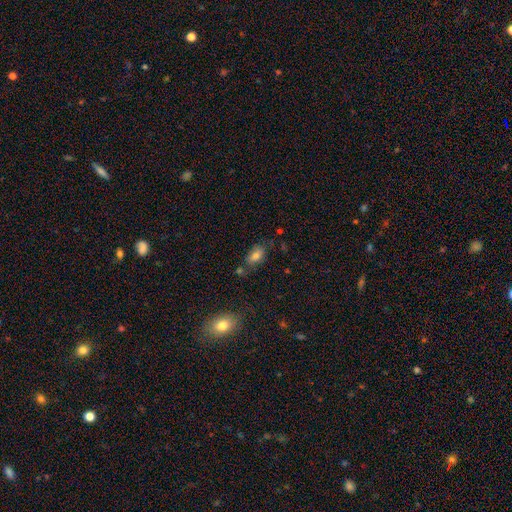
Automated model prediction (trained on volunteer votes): Smooth or featured: smooth — 76% (featured or disk — 13%)
How rounded: in between — 88% (round — 9%)
Merging: none — 64% (minor disturbance — 20%)